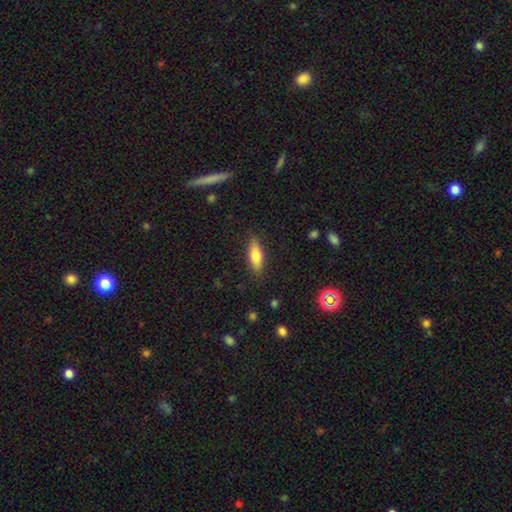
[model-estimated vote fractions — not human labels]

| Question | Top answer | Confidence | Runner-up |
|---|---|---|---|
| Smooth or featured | smooth | 69% | featured or disk (24%) |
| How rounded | in between | 53% | cigar-shaped (44%) |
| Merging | none | 85% | minor disturbance (11%) |